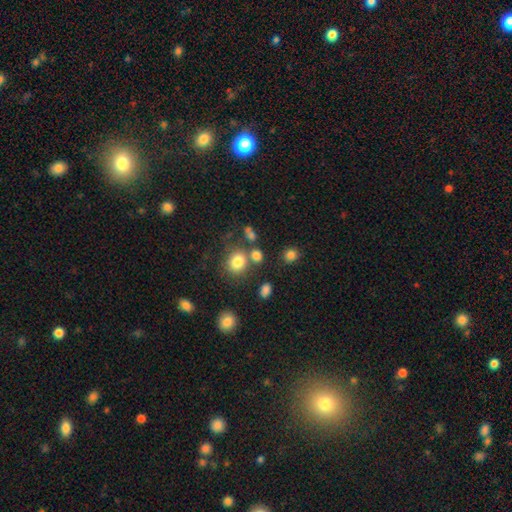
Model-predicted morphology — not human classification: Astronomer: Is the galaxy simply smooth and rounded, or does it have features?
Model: smooth — 77%.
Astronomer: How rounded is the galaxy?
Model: round — 70%.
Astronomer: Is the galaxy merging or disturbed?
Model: none — 67%.